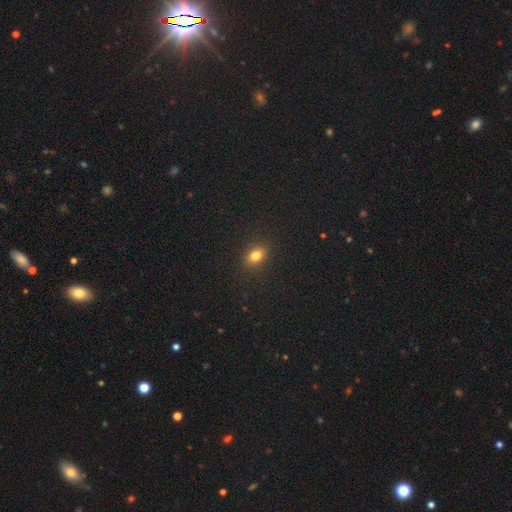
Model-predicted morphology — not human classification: Smooth or featured? smooth (80%)
How rounded? in between (71%)
Merging? none (88%)